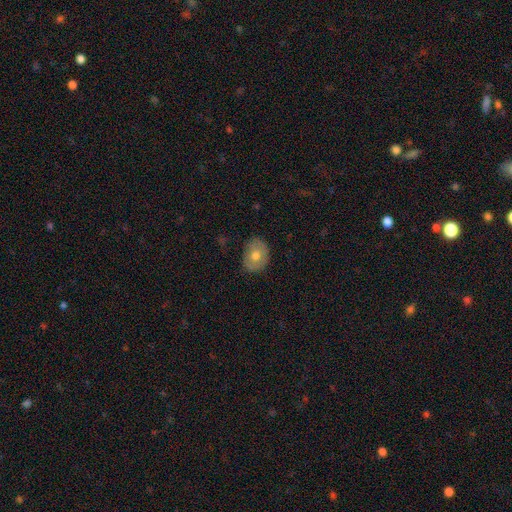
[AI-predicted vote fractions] Smooth or featured: smooth — 62% (featured or disk — 30%)
How rounded: in between — 56% (round — 43%)
Merging: none — 84% (minor disturbance — 13%)